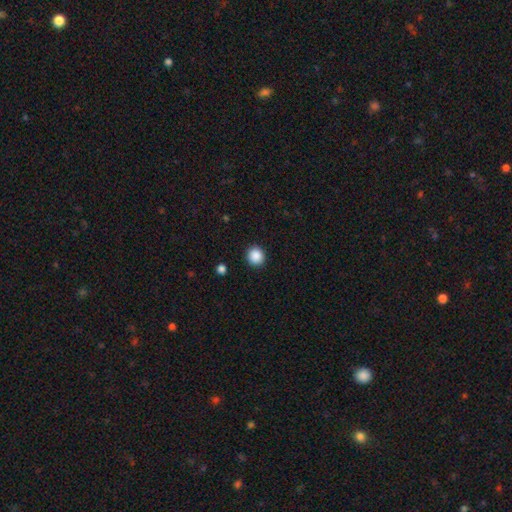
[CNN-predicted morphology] Overall: smooth (88%). How rounded: round (92%). Merging: none (92%).